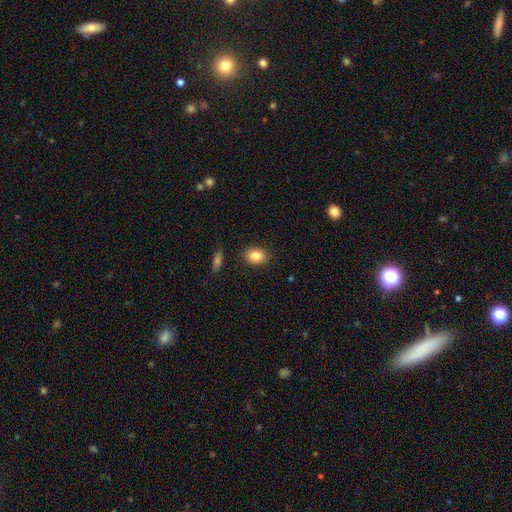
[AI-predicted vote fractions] The model was most divided on "how rounded": in between: 57%, round: 41%, cigar-shaped: 1%. More confident: merging — none (87%); smooth or featured — smooth (84%).